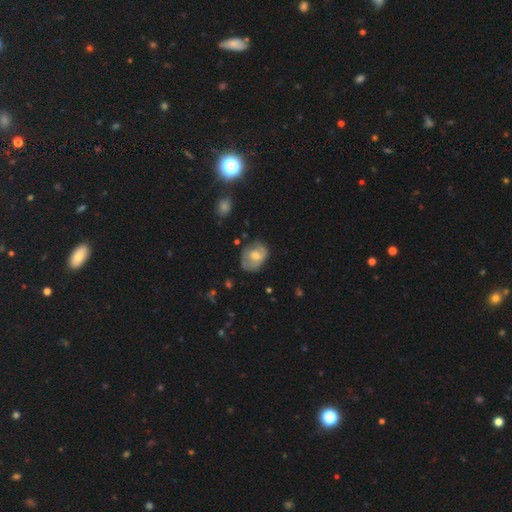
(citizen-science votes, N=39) A smooth galaxy with no disk features (54%) that is round (57%).

Vote fractions:
- Smooth or featured? smooth: 54% / featured or disk: 46% / star or artifact: 0%
- How rounded? round: 57% / in between: 43% / cigar-shaped: 0%
- Merging? none: 69% / minor disturbance: 28% / major disturbance: 3% / merger: 0%